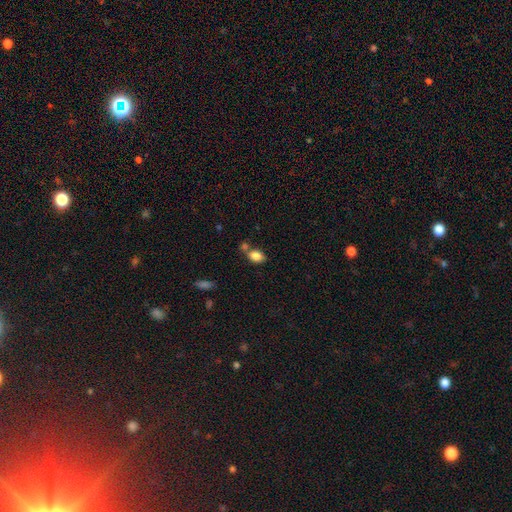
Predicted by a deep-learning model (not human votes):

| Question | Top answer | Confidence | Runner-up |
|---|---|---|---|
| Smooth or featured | smooth | 85% | star or artifact (9%) |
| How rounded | in between | 83% | round (16%) |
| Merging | none | 55% | merger (27%) |